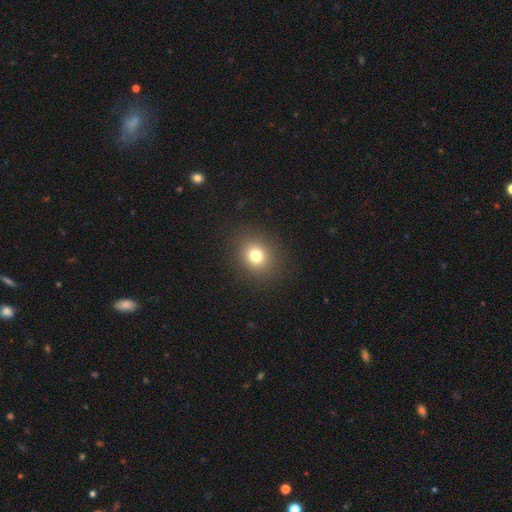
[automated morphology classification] Smooth or featured? smooth (77%)
How rounded? round (76%)
Merging? none (89%)